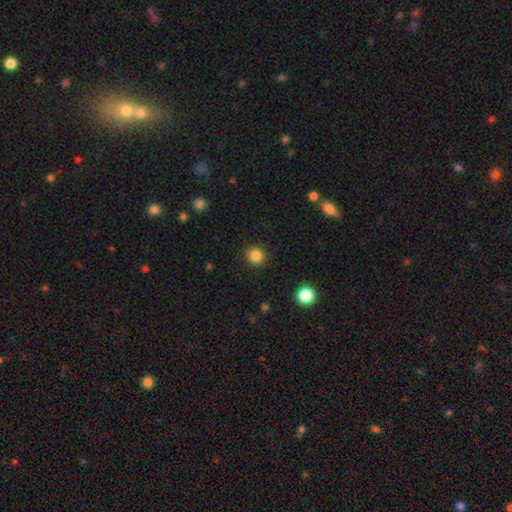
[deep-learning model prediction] Overall: smooth (85%). How rounded: round (93%). Merging: none (91%).